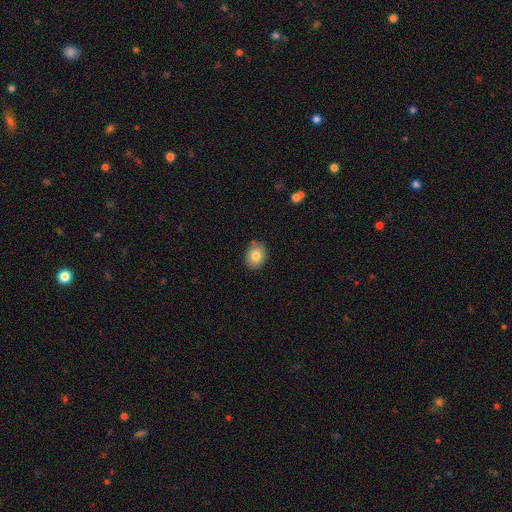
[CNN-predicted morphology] Smooth or featured: smooth — 81% (featured or disk — 10%)
How rounded: in between — 50% (round — 49%)
Merging: none — 86% (minor disturbance — 10%)